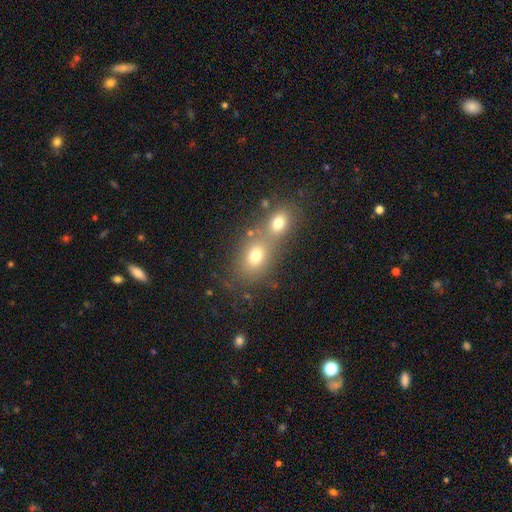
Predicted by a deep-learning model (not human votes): The model was most divided on "merging": merger: 52%, none: 36%, minor disturbance: 8%, major disturbance: 4%. More confident: smooth or featured — smooth (71%); how rounded — in between (61%).